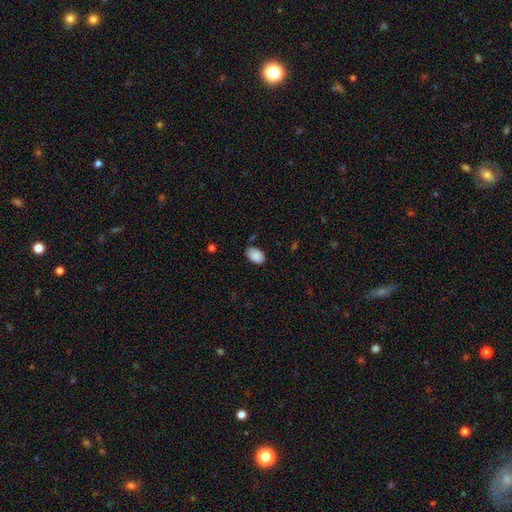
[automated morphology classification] Overall: smooth (89%). How rounded: in between (89%). Merging: none (73%).